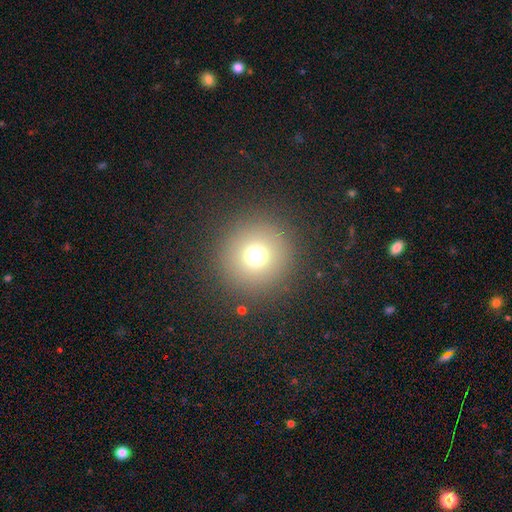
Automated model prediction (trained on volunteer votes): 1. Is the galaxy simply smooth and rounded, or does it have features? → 72% smooth, 19% star or artifact, 9% featured or disk.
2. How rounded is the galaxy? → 96% round, 3% in between, 1% cigar-shaped.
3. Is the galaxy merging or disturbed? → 89% none, 6% minor disturbance, 4% major disturbance, 1% merger.